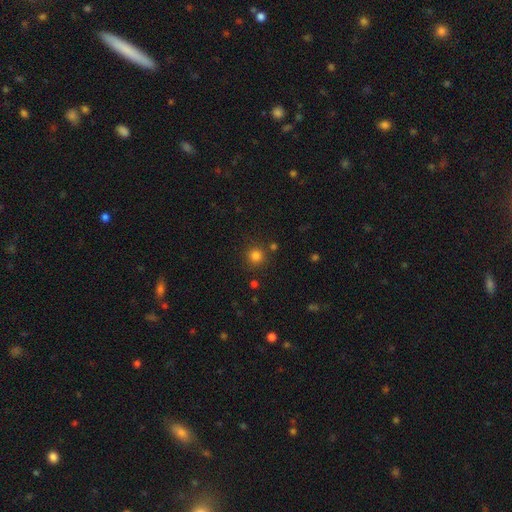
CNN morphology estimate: The model was most divided on "smooth or featured": smooth: 81%, star or artifact: 15%, featured or disk: 5%. More confident: how rounded — round (94%); merging — none (85%).